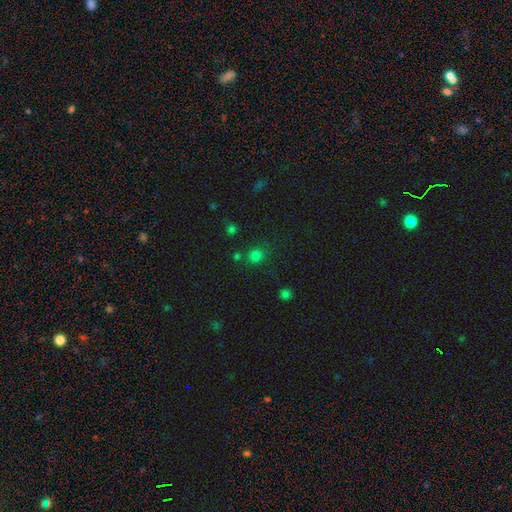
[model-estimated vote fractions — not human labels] smooth 76%, star or artifact 19%, featured or disk 5%. Down the decision tree: how rounded — round (83%); merging — none (76%).